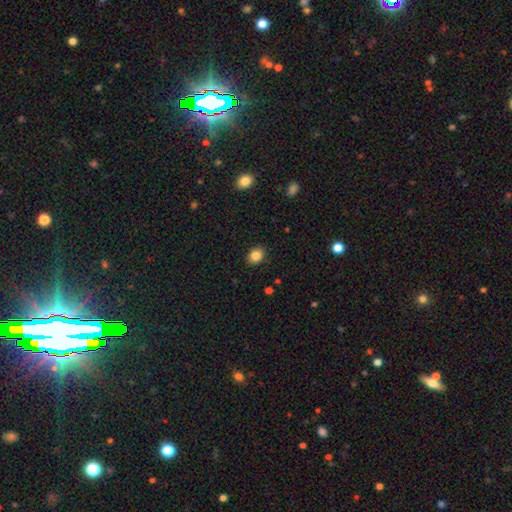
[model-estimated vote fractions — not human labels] This is clearly a smooth galaxy (84%). How rounded: possibly in between (59%). Merging: clearly none (89%).